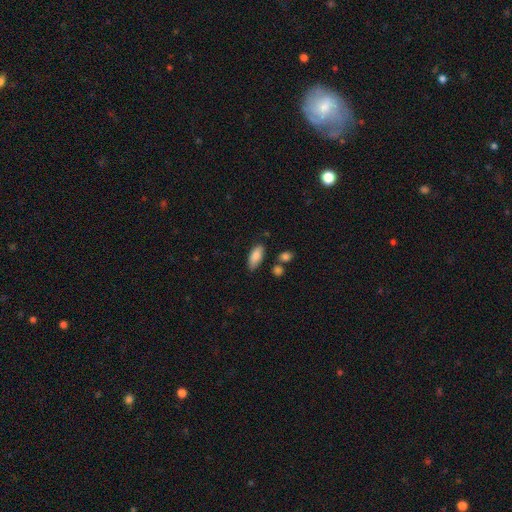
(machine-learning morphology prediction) Q: Smooth or featured?
A: smooth (84%); runner-up: featured or disk (9%)
Q: How rounded?
A: in between (82%); runner-up: cigar-shaped (16%)
Q: Merging?
A: none (75%); runner-up: minor disturbance (17%)